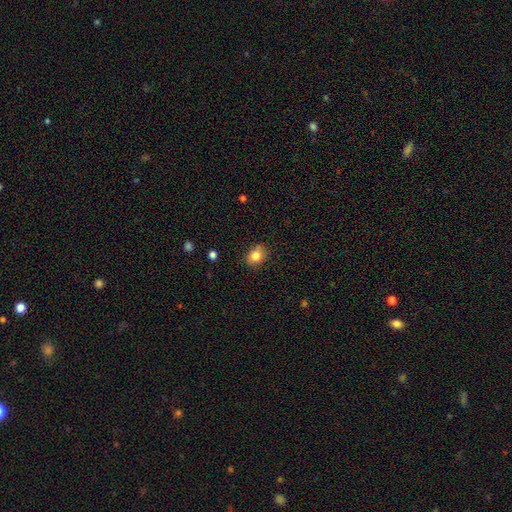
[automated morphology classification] Q: Smooth or featured?
A: smooth (83%); runner-up: star or artifact (10%)
Q: How rounded?
A: round (52%); runner-up: in between (47%)
Q: Merging?
A: none (79%); runner-up: minor disturbance (16%)